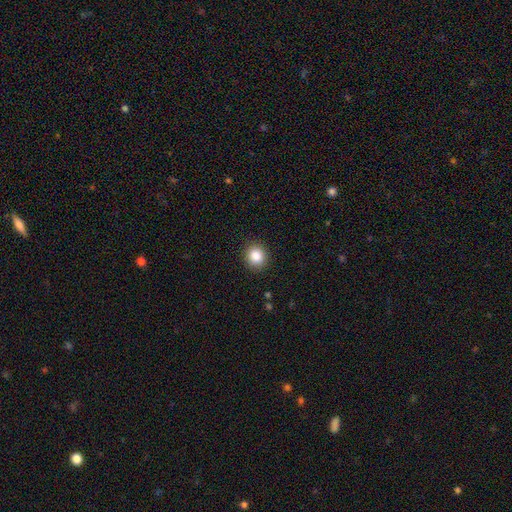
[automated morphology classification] Q: Smooth or featured?
A: smooth (86%); runner-up: star or artifact (9%)
Q: How rounded?
A: round (86%); runner-up: in between (14%)
Q: Merging?
A: none (90%); runner-up: minor disturbance (6%)